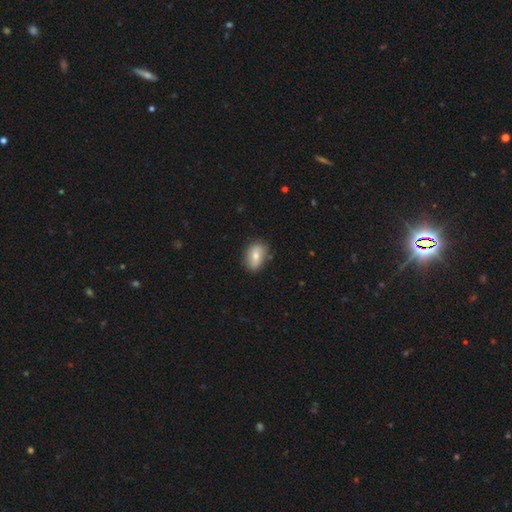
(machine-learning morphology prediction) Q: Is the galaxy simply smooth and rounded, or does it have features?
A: smooth — 71%.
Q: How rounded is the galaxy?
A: in between — 83%.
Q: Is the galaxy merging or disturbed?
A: none — 79%.